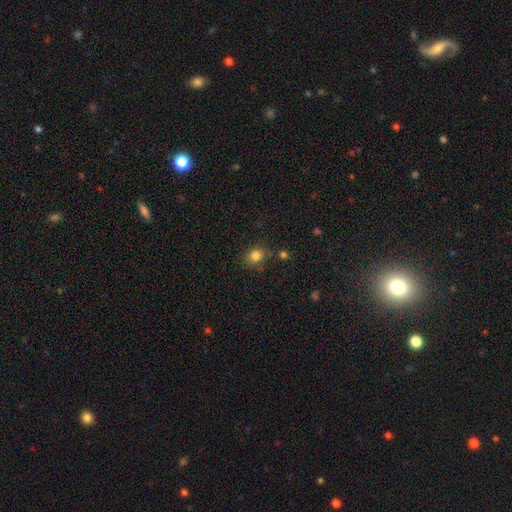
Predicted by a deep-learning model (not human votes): Overall: smooth (82%). How rounded: round (75%). Merging: none (79%).